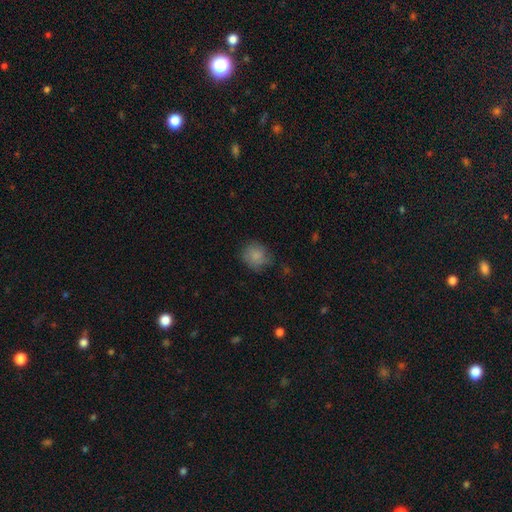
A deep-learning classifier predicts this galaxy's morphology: Q: Smooth or featured?
A: smooth (82%); runner-up: featured or disk (9%)
Q: How rounded?
A: round (83%); runner-up: in between (16%)
Q: Merging?
A: none (70%); runner-up: minor disturbance (22%)